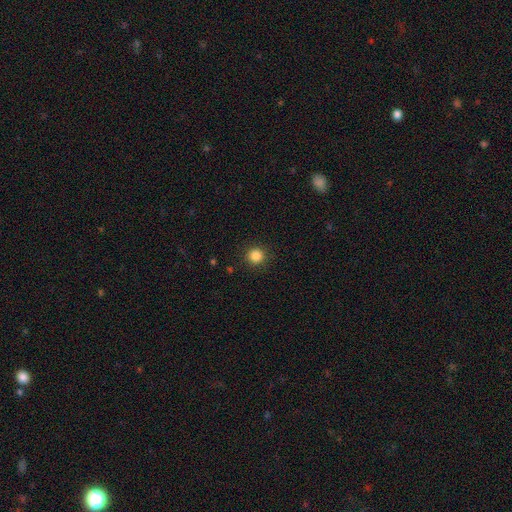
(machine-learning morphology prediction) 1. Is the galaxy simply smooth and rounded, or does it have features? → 85% smooth, 11% star or artifact, 3% featured or disk.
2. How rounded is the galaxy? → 94% round, 5% in between, 1% cigar-shaped.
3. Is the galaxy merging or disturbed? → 91% none, 6% minor disturbance, 2% major disturbance, 1% merger.